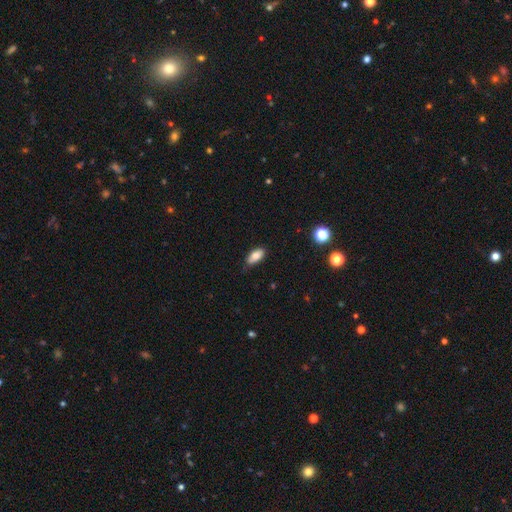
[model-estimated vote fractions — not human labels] Q: Smooth or featured?
A: smooth (83%); runner-up: featured or disk (9%)
Q: How rounded?
A: in between (90%); runner-up: cigar-shaped (7%)
Q: Merging?
A: none (71%); runner-up: minor disturbance (24%)